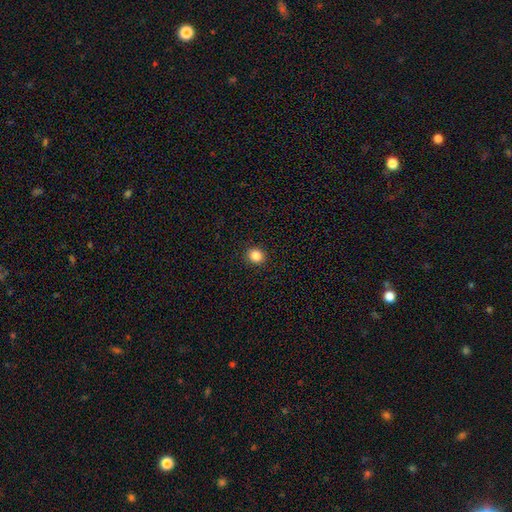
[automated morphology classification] Smooth or featured?
  - smooth: 84% *
  - star or artifact: 11%
  - featured or disk: 4%
How rounded?
  - round: 83% *
  - in between: 16%
  - cigar-shaped: 1%
Merging?
  - none: 92% *
  - minor disturbance: 5%
  - major disturbance: 2%
  - merger: 1%